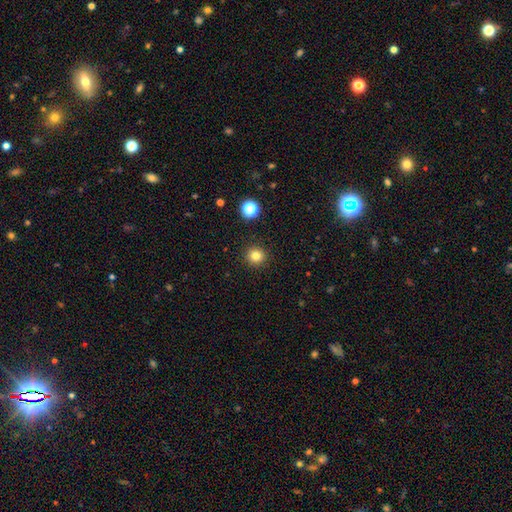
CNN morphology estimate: This appears to be a smooth galaxy with no disk features (81%) that is round (94%). Merging: none (92%).